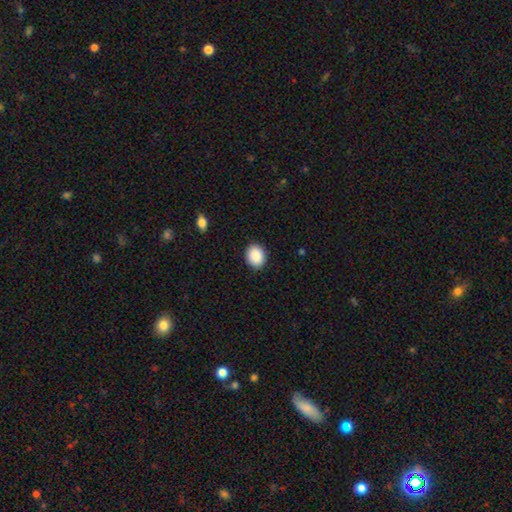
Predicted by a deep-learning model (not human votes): Smooth or featured?
  - smooth: 90% *
  - star or artifact: 7%
  - featured or disk: 3%
How rounded?
  - round: 50% *
  - in between: 49%
  - cigar-shaped: 1%
Merging?
  - none: 90% *
  - minor disturbance: 7%
  - major disturbance: 2%
  - merger: 1%